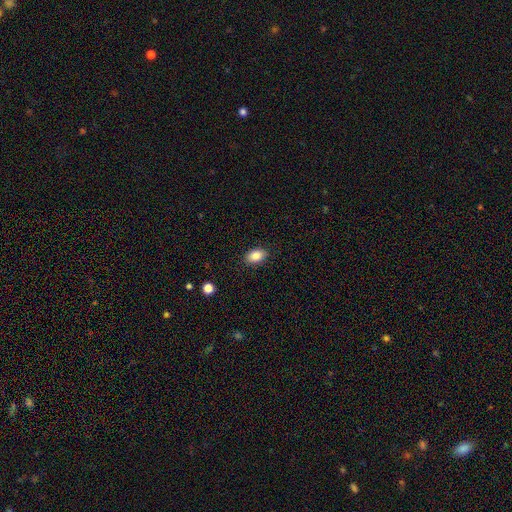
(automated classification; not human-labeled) This appears to be a smooth galaxy with no disk features (85%) that is in between round and cigar-shaped (88%). Merging: none (88%).